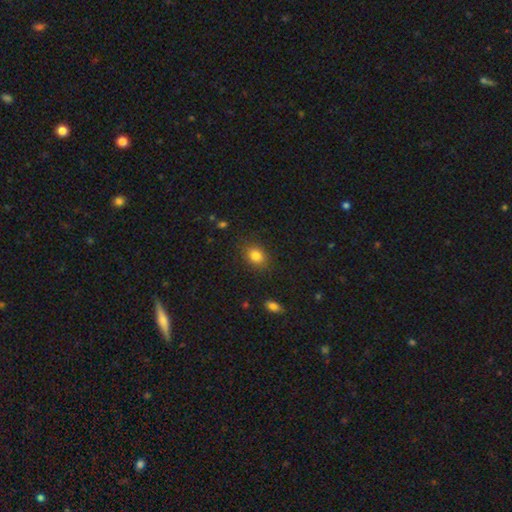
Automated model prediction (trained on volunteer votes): Overall: smooth (82%). How rounded: in between (51%; round 48%). Merging: none (85%).